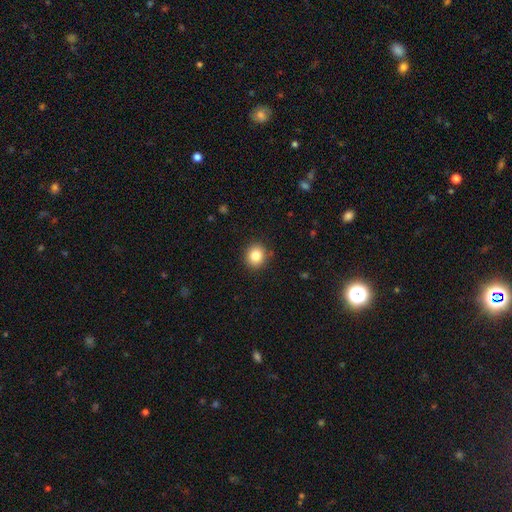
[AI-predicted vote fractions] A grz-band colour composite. It shows a smooth galaxy with no disk features (84%) that is round (79%). Merging: none (89%).